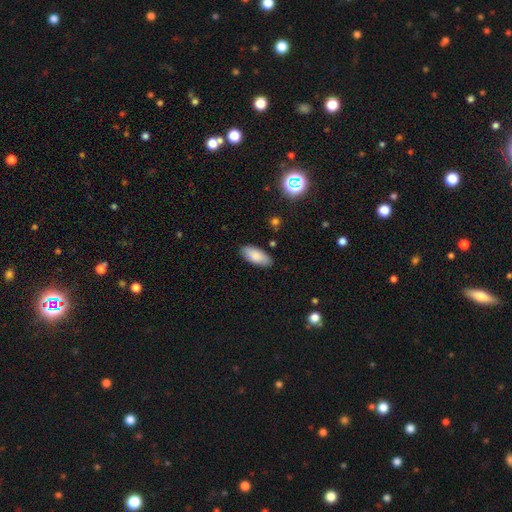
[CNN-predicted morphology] Smooth or featured? smooth (83%)
How rounded? in between (87%)
Merging? none (85%)